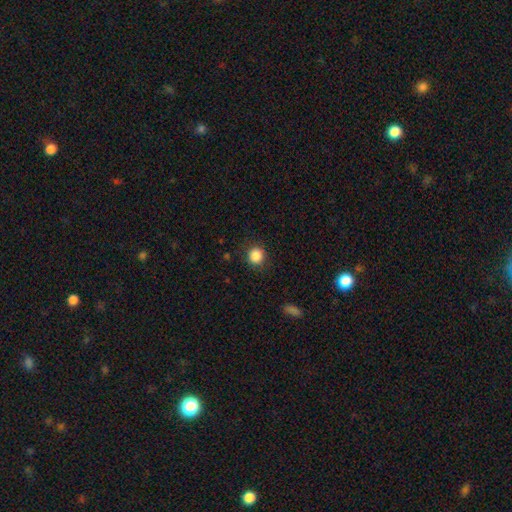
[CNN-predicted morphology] A smooth galaxy with no disk features (87%) that is round (89%).

Vote fractions:
- Smooth or featured? smooth: 87% / star or artifact: 10% / featured or disk: 3%
- How rounded? round: 89% / in between: 10% / cigar-shaped: 1%
- Merging? none: 87% / minor disturbance: 9% / major disturbance: 3% / merger: 1%